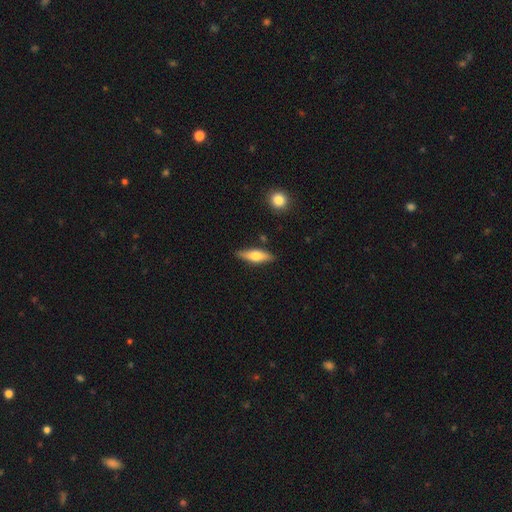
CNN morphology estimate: smooth 59%, featured or disk 35%, star or artifact 6%. Down the decision tree: how rounded — cigar-shaped (53%); merging — none (84%).